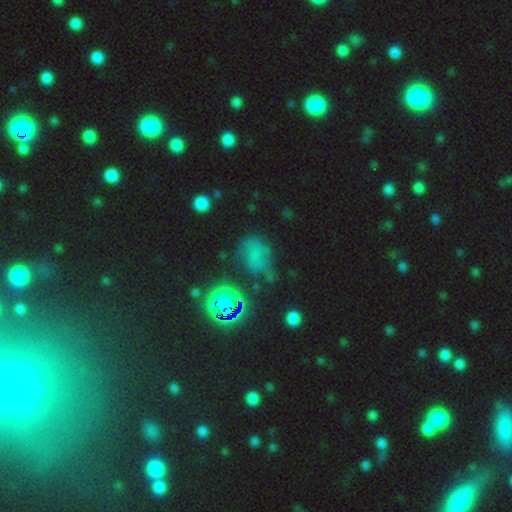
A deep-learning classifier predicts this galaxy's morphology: Q: Smooth or featured?
A: smooth (44%); runner-up: star or artifact (33%)
Q: Merging?
A: none (42%); runner-up: minor disturbance (26%)